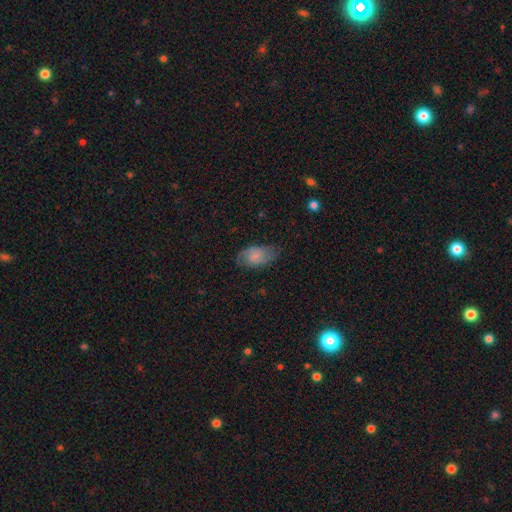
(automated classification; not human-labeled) smooth_or_featured: smooth (p=0.64) [alt: featured or disk p=0.29]
how_rounded: in between (p=0.92) [alt: round p=0.05]
merging: none (p=0.64) [alt: minor disturbance p=0.27]